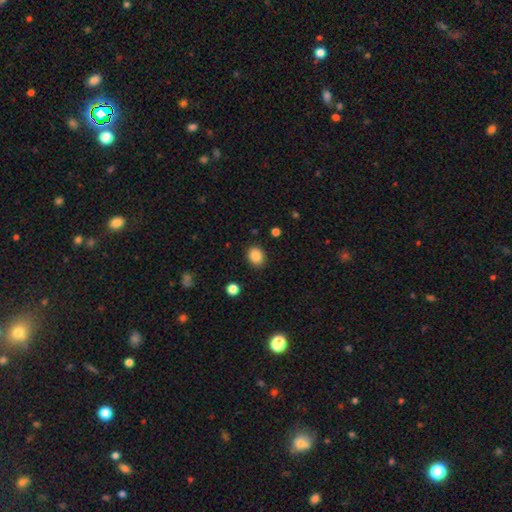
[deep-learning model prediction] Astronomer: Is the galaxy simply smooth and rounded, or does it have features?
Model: smooth — 86%.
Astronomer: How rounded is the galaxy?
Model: round — 58% (runner-up: in between, 41%).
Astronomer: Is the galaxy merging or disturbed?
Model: none — 87%.